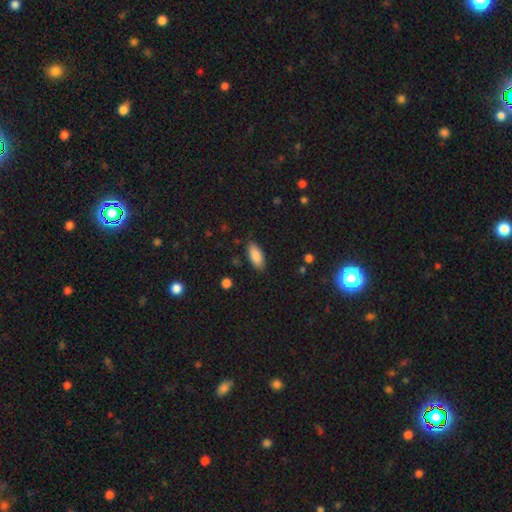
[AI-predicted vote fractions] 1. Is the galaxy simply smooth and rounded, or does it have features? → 85% smooth, 8% featured or disk, 7% star or artifact.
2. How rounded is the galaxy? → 86% in between, 12% cigar-shaped, 2% round.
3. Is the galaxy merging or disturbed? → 84% none, 12% minor disturbance, 3% major disturbance, 1% merger.